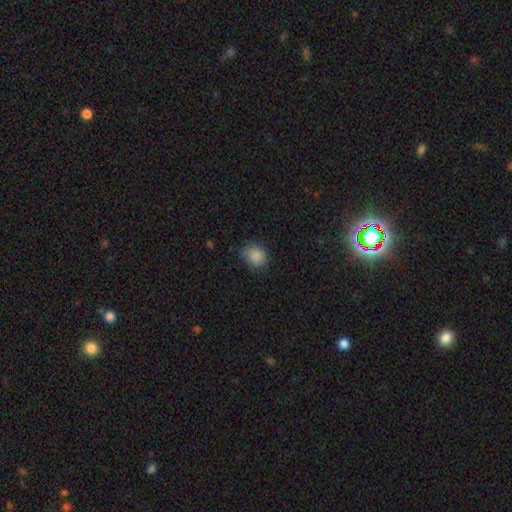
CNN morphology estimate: Smooth or featured? Predicted: smooth (p=0.87). How rounded? Predicted: round (p=0.70). Merging? Predicted: none (p=0.76).